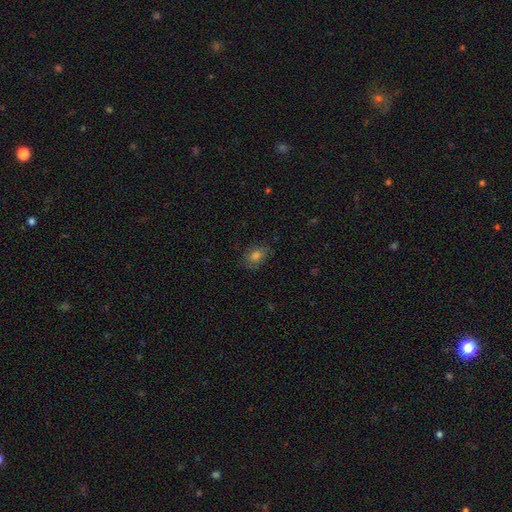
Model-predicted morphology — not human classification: A smooth galaxy with no disk features (68%) that is in between round and cigar-shaped (75%). Merging: none (74%).